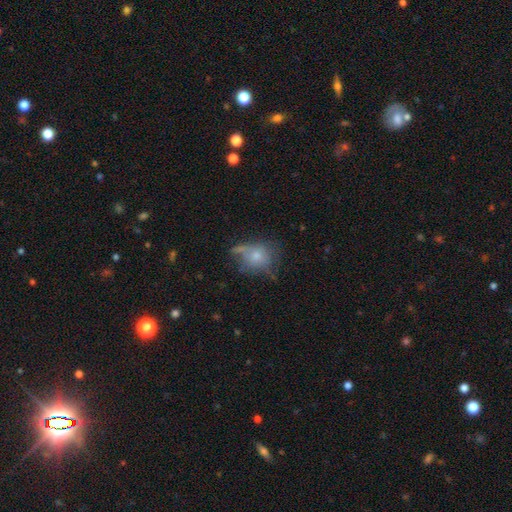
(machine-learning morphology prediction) This is possibly a smooth galaxy (58%). How rounded: possibly round (51%). Merging: marginally none (38%).